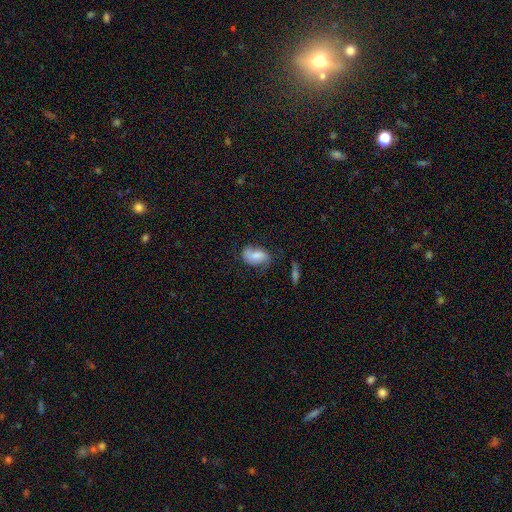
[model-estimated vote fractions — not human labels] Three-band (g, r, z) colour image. It shows a smooth galaxy with no disk features (62%) that is in between round and cigar-shaped (88%). Merging: none (54%).